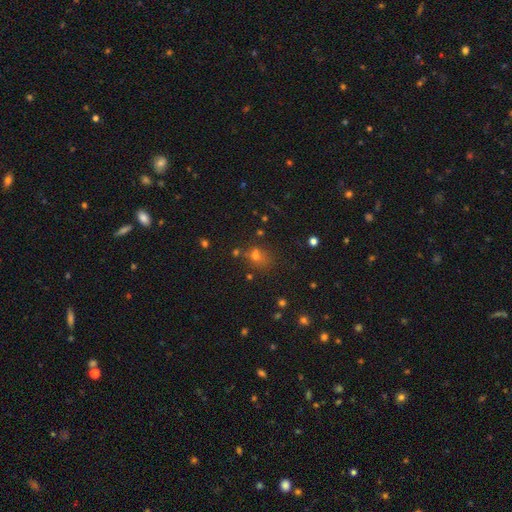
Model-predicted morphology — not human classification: A smooth galaxy with no disk features (60%) that is round (57%). Merging: none (55%).